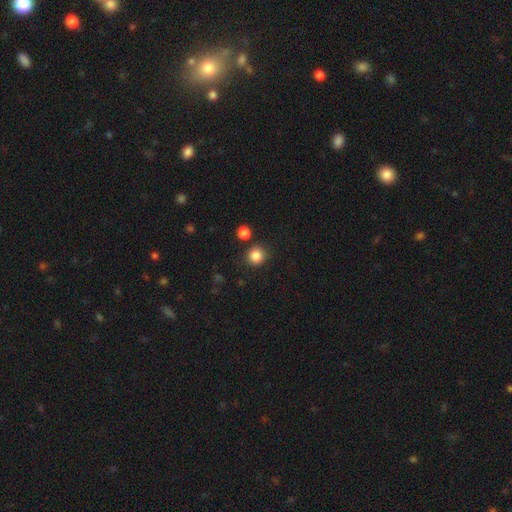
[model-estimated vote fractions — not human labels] Q: Smooth or featured?
A: smooth (85%); runner-up: star or artifact (11%)
Q: How rounded?
A: round (91%); runner-up: in between (8%)
Q: Merging?
A: none (85%); runner-up: minor disturbance (7%)